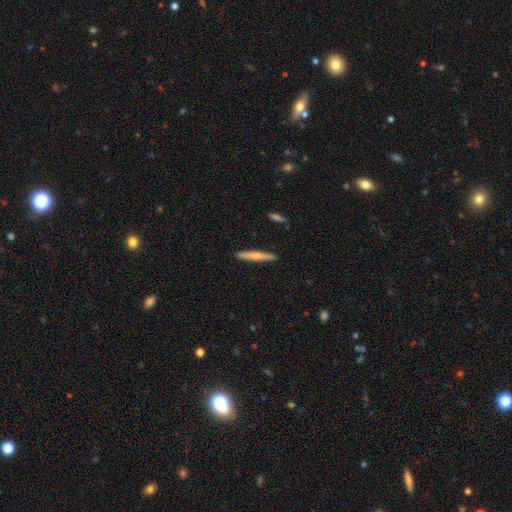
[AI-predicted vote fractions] Morphology: type=smooth (64%); roundness=cigar-shaped (94%); merging=none (91%).